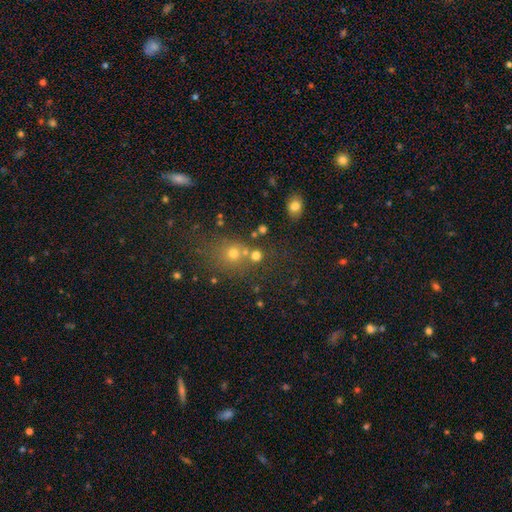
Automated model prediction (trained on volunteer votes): smooth_or_featured: smooth (p=0.63) [alt: star or artifact p=0.25]
how_rounded: round (p=0.81) [alt: in between p=0.17]
merging: none (p=0.60) [alt: merger p=0.24]